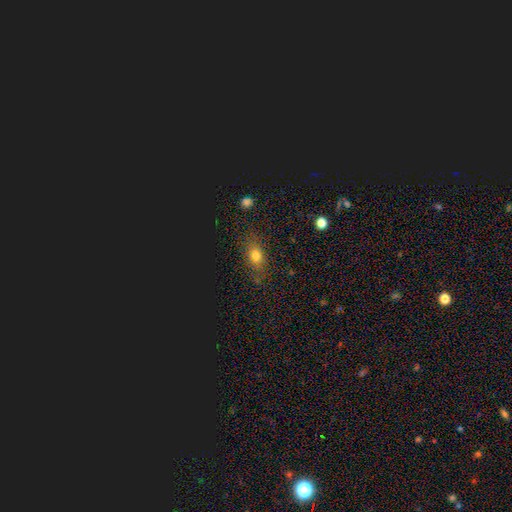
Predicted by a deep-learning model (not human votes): Smooth or featured? smooth (71%)
How rounded? in between (68%)
Merging? none (80%)